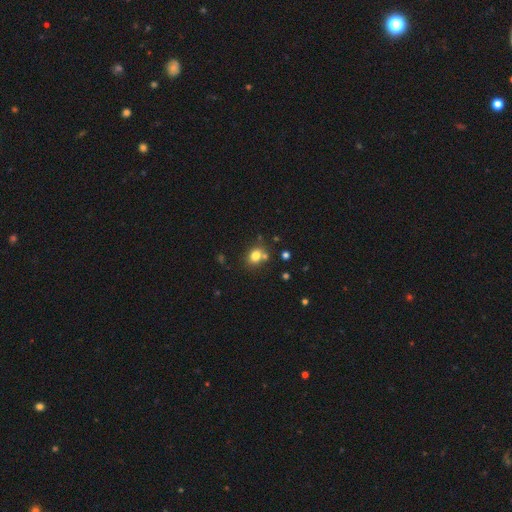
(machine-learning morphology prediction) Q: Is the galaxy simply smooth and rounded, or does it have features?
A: smooth — 78%.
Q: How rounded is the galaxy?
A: round — 56%.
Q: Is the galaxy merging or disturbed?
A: none — 63%.